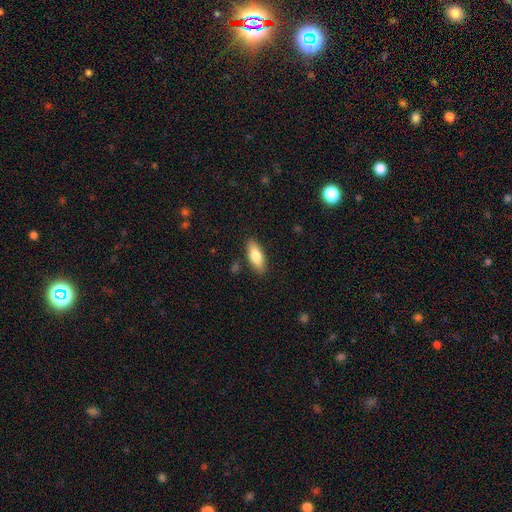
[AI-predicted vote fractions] This appears to be a smooth galaxy with no disk features (78%) that is in between round and cigar-shaped (76%). Merging: none (86%).